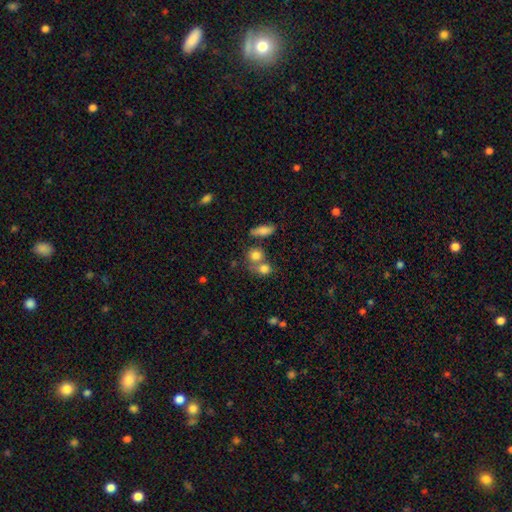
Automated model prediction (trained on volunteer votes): Smooth or featured? Predicted: smooth (p=0.78). How rounded? Predicted: round (p=0.71). Merging? Predicted: none (p=0.44).